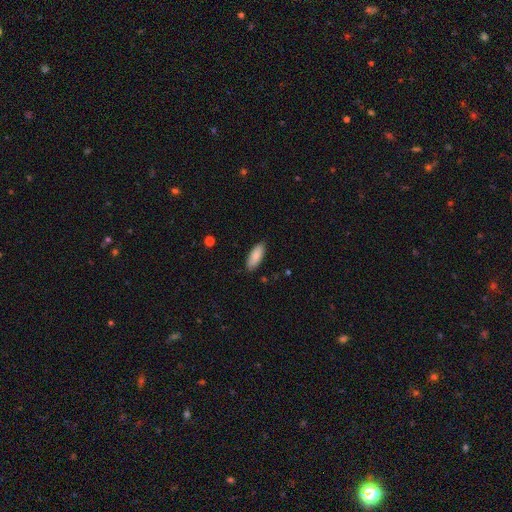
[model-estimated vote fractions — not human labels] Smooth or featured? smooth (86%)
How rounded? in between (80%)
Merging? none (87%)